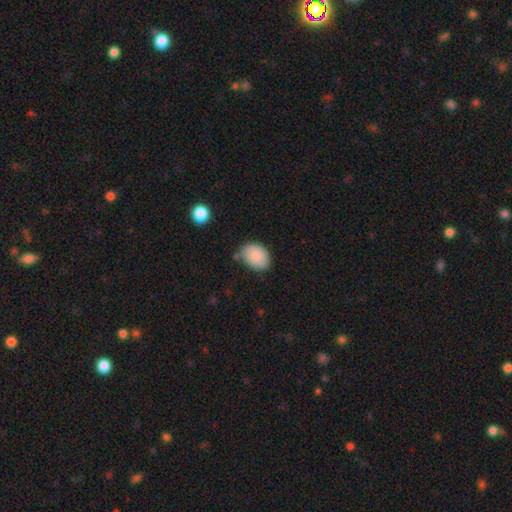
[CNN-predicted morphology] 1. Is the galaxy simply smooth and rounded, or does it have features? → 87% smooth, 7% star or artifact, 6% featured or disk.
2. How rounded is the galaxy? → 79% in between, 20% round, 1% cigar-shaped.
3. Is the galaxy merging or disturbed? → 72% none, 20% minor disturbance, 4% major disturbance, 4% merger.